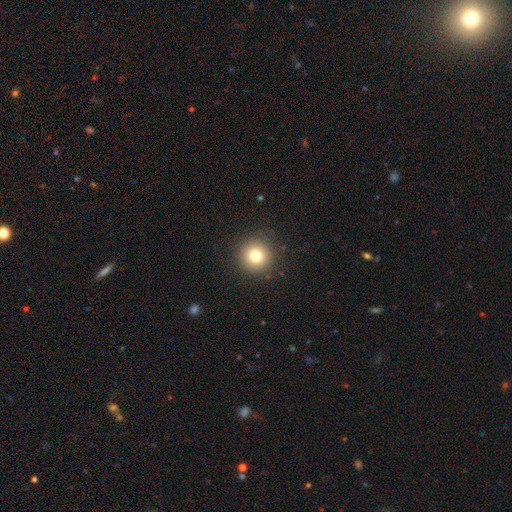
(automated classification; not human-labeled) Smooth or featured?
  - smooth: 78% *
  - star or artifact: 13%
  - featured or disk: 9%
How rounded?
  - round: 95% *
  - in between: 4%
  - cigar-shaped: 1%
Merging?
  - none: 90% *
  - minor disturbance: 7%
  - major disturbance: 3%
  - merger: 1%